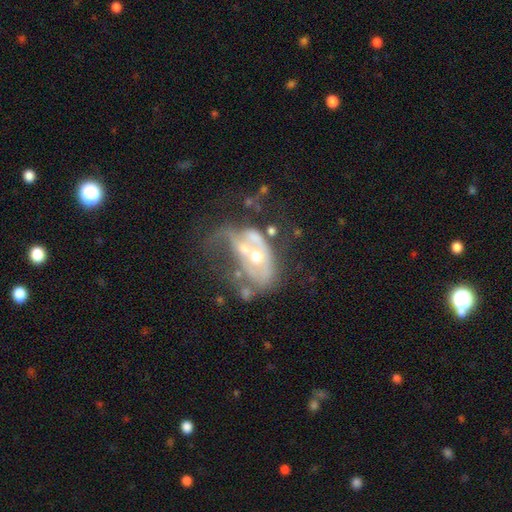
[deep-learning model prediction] The model was most divided on "merging": merger: 36%, major disturbance: 34%, none: 17%, minor disturbance: 13%. More confident: edge-on disk — no (95%); bar — no (77%); smooth or featured — featured or disk (71%); bulge size — moderate (69%); spiral arms — no (64%).